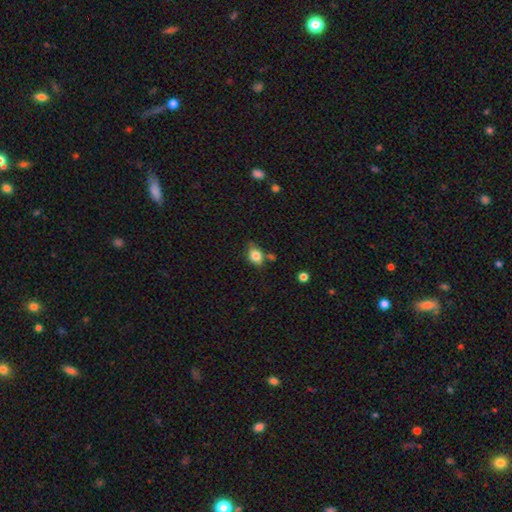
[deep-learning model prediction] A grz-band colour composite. It shows a smooth galaxy with no disk features (80%) that is in between round and cigar-shaped (59%). Merging: none (60%).